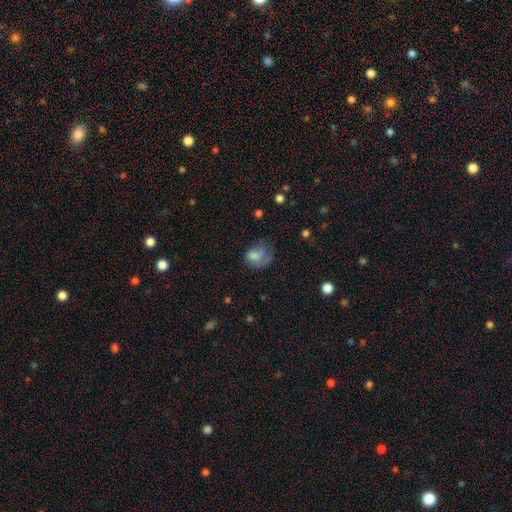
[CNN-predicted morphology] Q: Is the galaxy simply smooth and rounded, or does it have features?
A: smooth — 67%.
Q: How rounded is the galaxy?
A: in between — 54%.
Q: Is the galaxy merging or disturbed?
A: major disturbance — 38%.